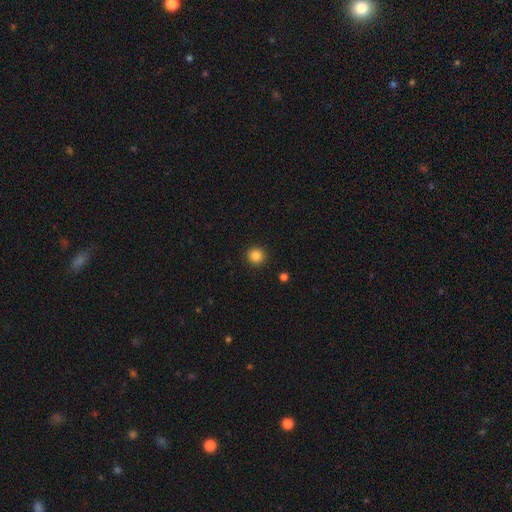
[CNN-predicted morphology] smooth_or_featured: smooth (p=0.85) [alt: star or artifact p=0.11]
how_rounded: round (p=0.94) [alt: in between p=0.05]
merging: none (p=0.92) [alt: minor disturbance p=0.05]